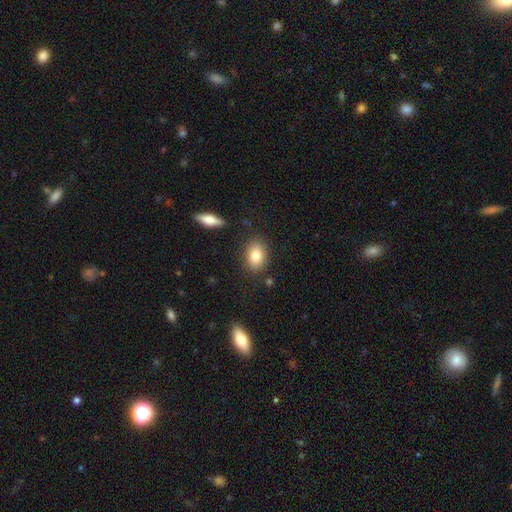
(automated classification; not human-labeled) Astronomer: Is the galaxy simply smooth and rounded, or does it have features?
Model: smooth — 82%.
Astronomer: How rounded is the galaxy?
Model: in between — 81%.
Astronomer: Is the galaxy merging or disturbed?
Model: none — 82%.